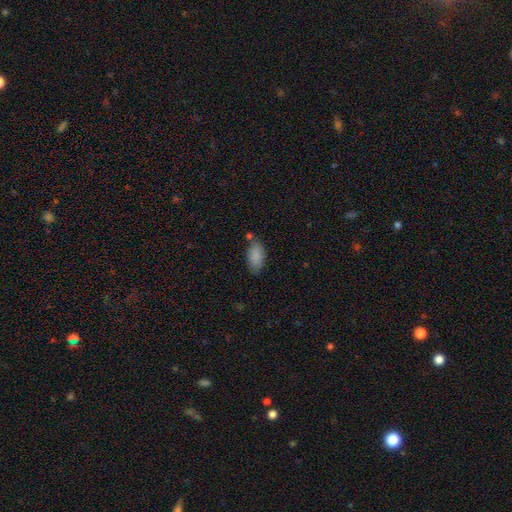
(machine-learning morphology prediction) Smooth or featured? smooth (87%)
How rounded? in between (91%)
Merging? none (70%)